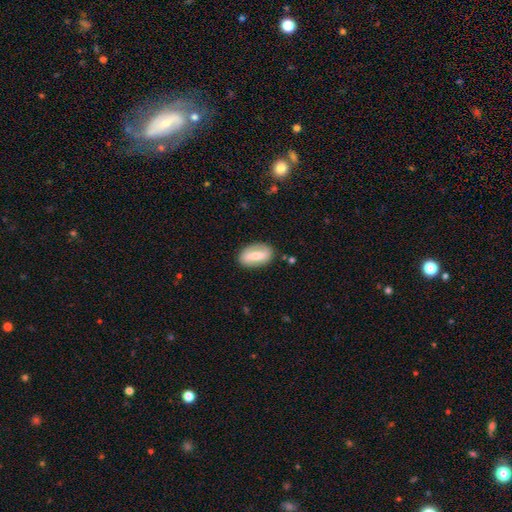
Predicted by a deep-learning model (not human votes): A smooth galaxy with no disk features (53%) that is in between round and cigar-shaped (88%).

Vote fractions:
- Smooth or featured? smooth: 53% / featured or disk: 41% / star or artifact: 6%
- How rounded? in between: 88% / cigar-shaped: 6% / round: 6%
- Merging? none: 81% / minor disturbance: 13% / major disturbance: 4% / merger: 2%